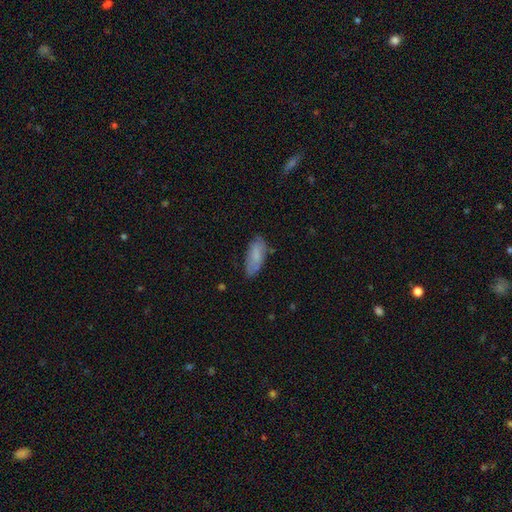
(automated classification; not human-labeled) The model was most divided on "merging": none: 73%, minor disturbance: 21%, major disturbance: 4%, merger: 2%. More confident: how rounded — in between (80%); smooth or featured — smooth (73%).